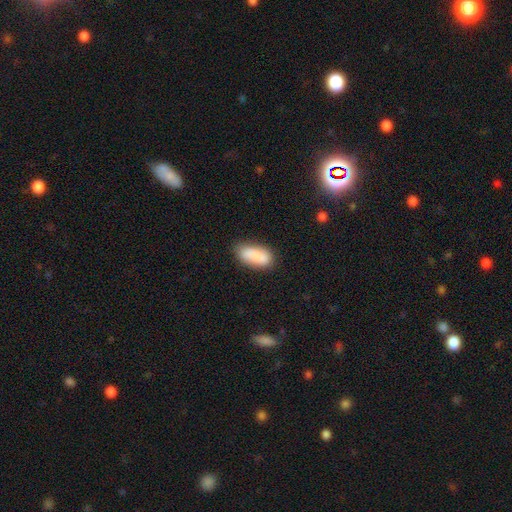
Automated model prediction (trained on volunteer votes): Q: Smooth or featured?
A: smooth (85%); runner-up: featured or disk (9%)
Q: How rounded?
A: in between (85%); runner-up: cigar-shaped (12%)
Q: Merging?
A: none (73%); runner-up: minor disturbance (20%)